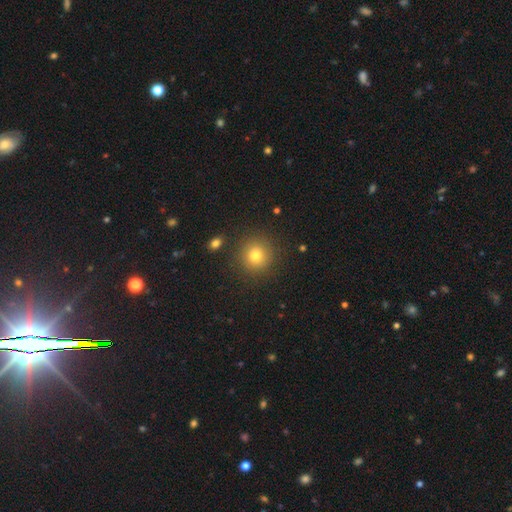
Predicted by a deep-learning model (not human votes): A smooth galaxy with no disk features (77%) that is round (92%).

Vote fractions:
- Smooth or featured? smooth: 77% / star or artifact: 14% / featured or disk: 8%
- How rounded? round: 92% / in between: 7% / cigar-shaped: 1%
- Merging? none: 89% / minor disturbance: 7% / major disturbance: 3% / merger: 2%